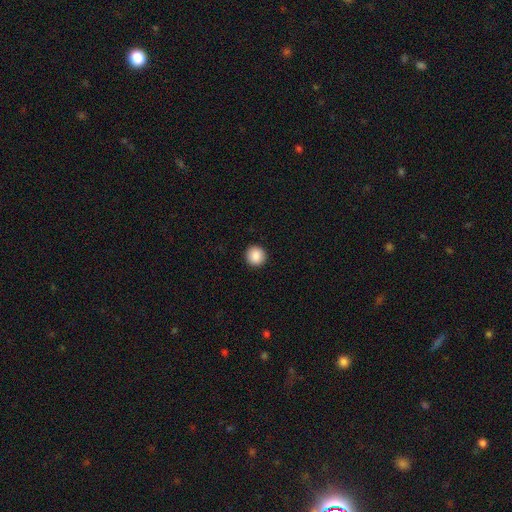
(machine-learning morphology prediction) Smooth or featured? Predicted: smooth (p=0.88). How rounded? Predicted: round (p=0.95). Merging? Predicted: none (p=0.93).